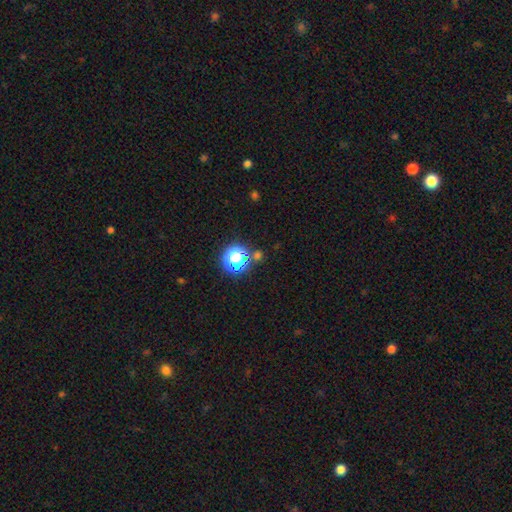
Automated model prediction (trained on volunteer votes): Smooth or featured? Predicted: star or artifact (p=0.57).